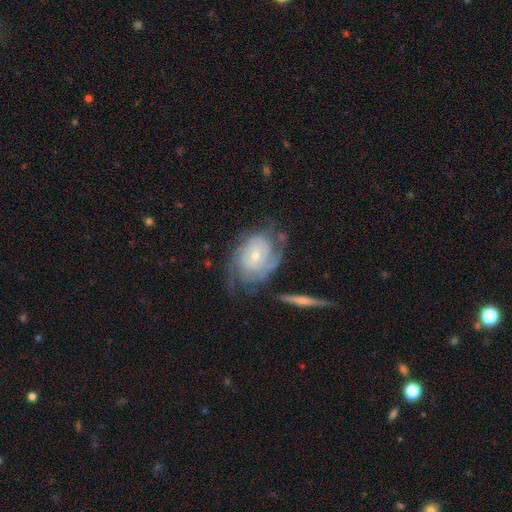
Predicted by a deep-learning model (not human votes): smooth-or-featured: featured or disk: 85% | smooth: 10% | star or artifact: 5%
  disk-edge-on: no: 96% | yes: 4%
    bar: no: 67% | weak: 26% | strong: 6%
    has-spiral-arms: yes: 95% | no: 5%
      spiral-winding: tight: 66% | medium: 27% | loose: 7%
      spiral-arm-count: 2: 36% | can't tell: 30% | 3: 18% | 4: 7% | 1: 5% | more than 4: 4%
    bulge-size: small: 64% | moderate: 32% | large: 2% | none: 1% | dominant: 1%
  merging: none: 61% | minor disturbance: 21% | major disturbance: 13% | merger: 4%